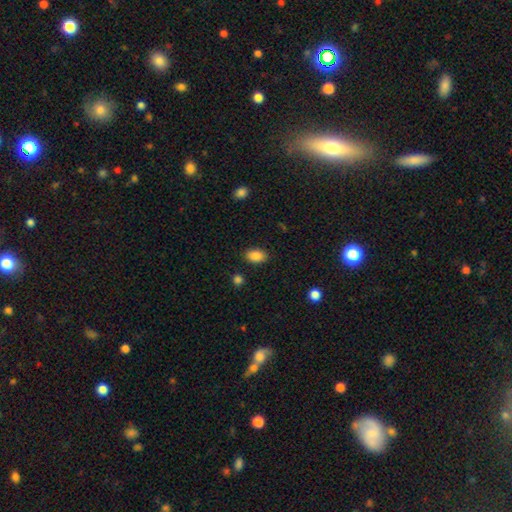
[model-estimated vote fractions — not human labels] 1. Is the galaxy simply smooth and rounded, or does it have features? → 87% smooth, 8% star or artifact, 5% featured or disk.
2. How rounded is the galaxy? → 85% in between, 14% round, 1% cigar-shaped.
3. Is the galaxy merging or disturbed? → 85% none, 11% minor disturbance, 3% major disturbance, 2% merger.